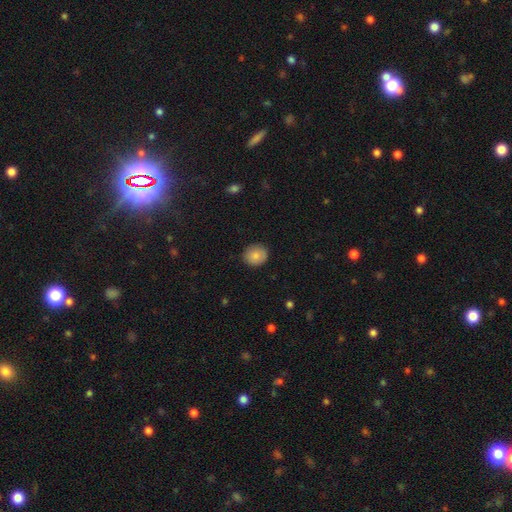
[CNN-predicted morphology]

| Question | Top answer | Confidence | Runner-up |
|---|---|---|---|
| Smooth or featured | smooth | 83% | featured or disk (9%) |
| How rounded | round | 83% | in between (16%) |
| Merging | none | 88% | minor disturbance (9%) |